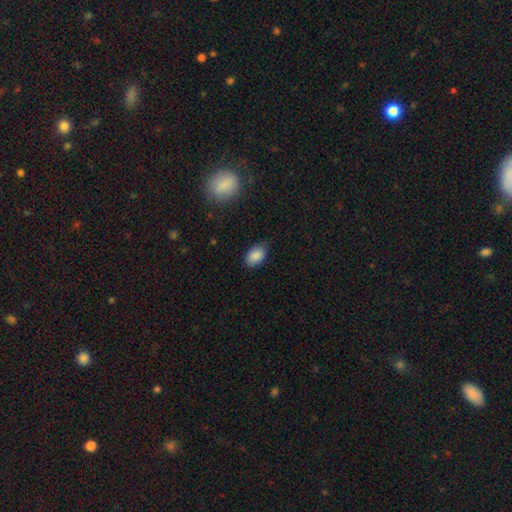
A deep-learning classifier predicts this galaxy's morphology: Smooth or featured? smooth (88%)
How rounded? in between (89%)
Merging? none (77%)